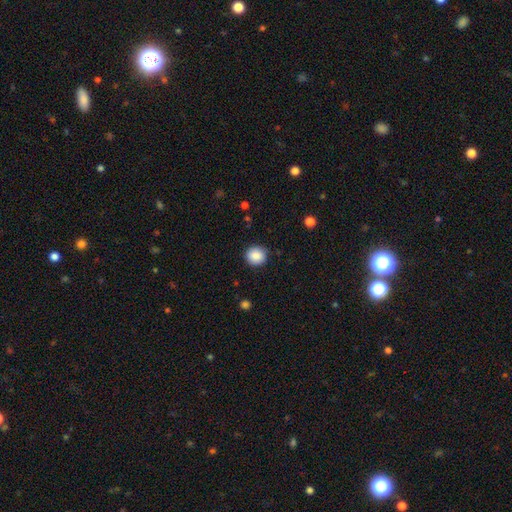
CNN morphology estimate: smooth 88%, star or artifact 9%, featured or disk 4%. Down the decision tree: how rounded — round (91%); merging — none (90%).